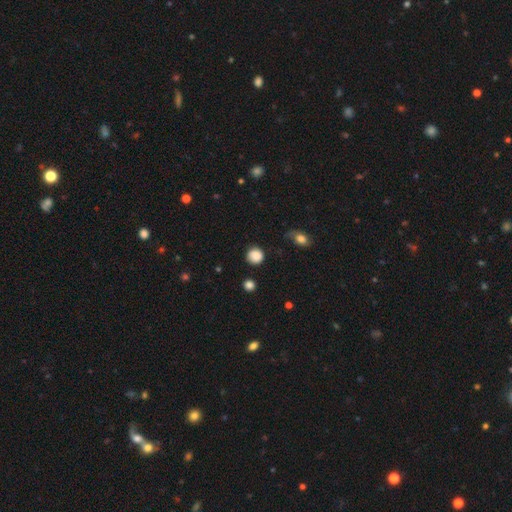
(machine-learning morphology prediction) smooth_or_featured: smooth (p=0.86) [alt: star or artifact p=0.10]
how_rounded: round (p=0.92) [alt: in between p=0.07]
merging: none (p=0.83) [alt: minor disturbance p=0.11]